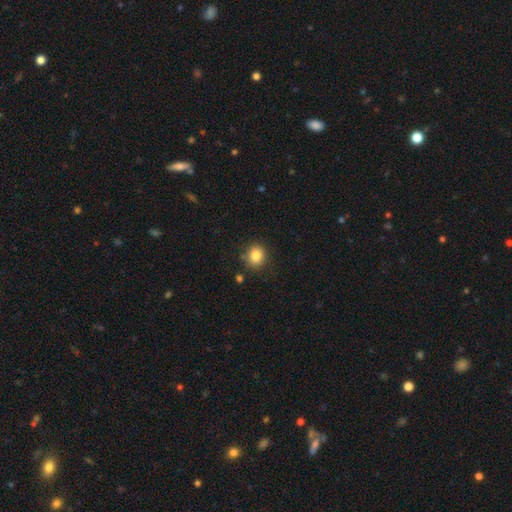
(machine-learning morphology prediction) Smooth or featured? Predicted: smooth (p=0.84). How rounded? Predicted: round (p=0.80). Merging? Predicted: none (p=0.84).